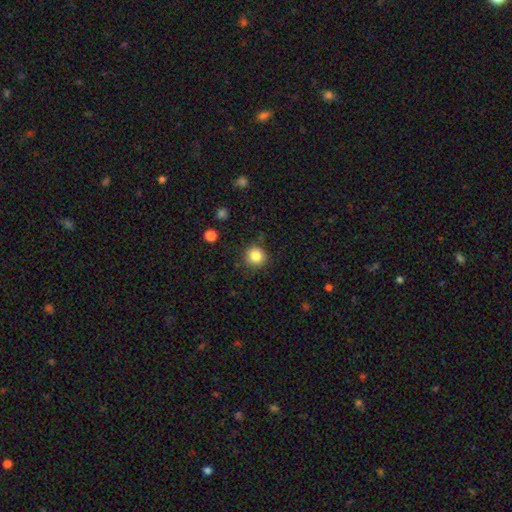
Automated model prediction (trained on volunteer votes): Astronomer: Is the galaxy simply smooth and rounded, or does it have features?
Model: smooth — 84%.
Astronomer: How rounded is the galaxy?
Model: round — 92%.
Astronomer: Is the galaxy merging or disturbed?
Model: none — 87%.